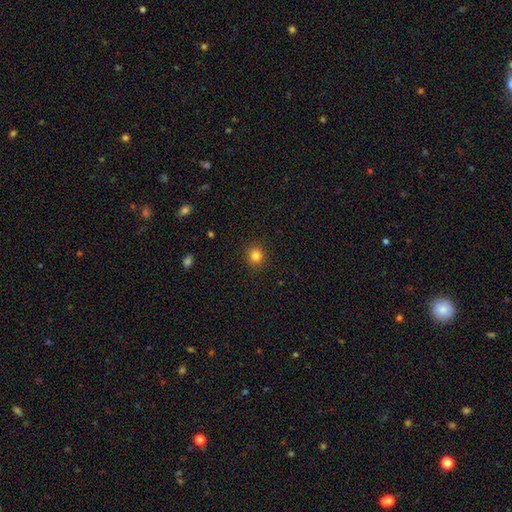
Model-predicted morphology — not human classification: Smooth or featured?
  - smooth: 82% *
  - star or artifact: 13%
  - featured or disk: 5%
How rounded?
  - round: 91% *
  - in between: 8%
  - cigar-shaped: 1%
Merging?
  - none: 91% *
  - minor disturbance: 6%
  - major disturbance: 2%
  - merger: 1%